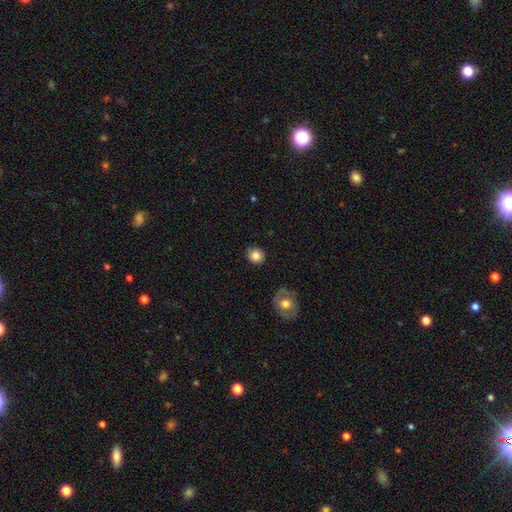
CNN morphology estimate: type=smooth (84%); roundness=round (83%); merging=none (89%).